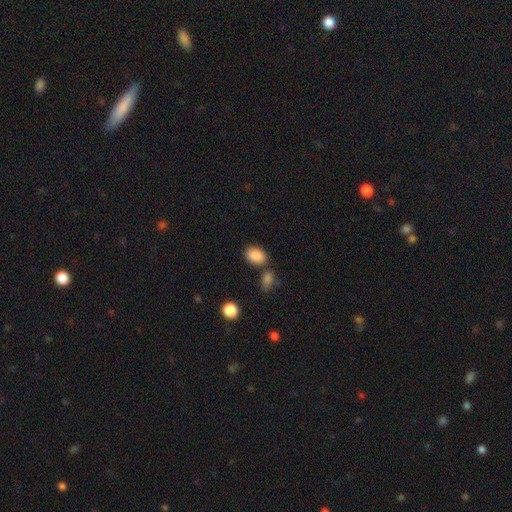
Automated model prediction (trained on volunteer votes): Q: Smooth or featured?
A: smooth (88%); runner-up: star or artifact (8%)
Q: How rounded?
A: in between (81%); runner-up: round (18%)
Q: Merging?
A: none (69%); runner-up: merger (15%)